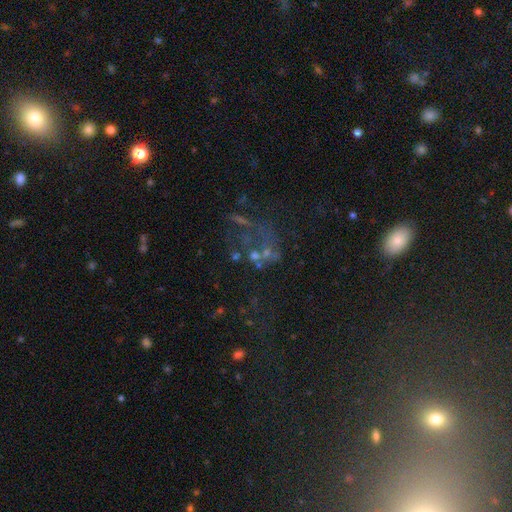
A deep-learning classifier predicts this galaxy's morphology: This is possibly a featured or disk galaxy (46%). Merging: marginally major disturbance (33%).